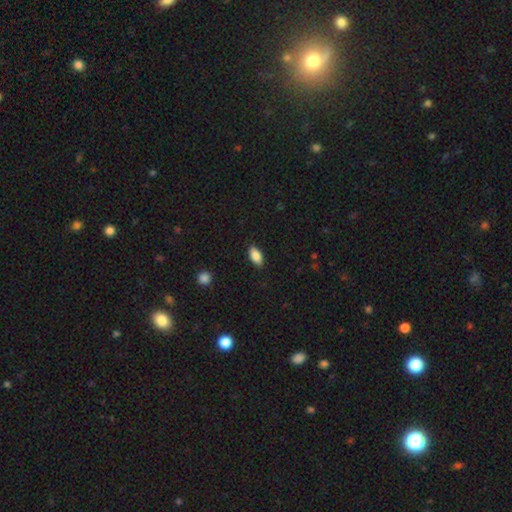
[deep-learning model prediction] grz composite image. It shows a smooth galaxy with no disk features (85%) that is in between round and cigar-shaped (90%). Merging: none (87%).